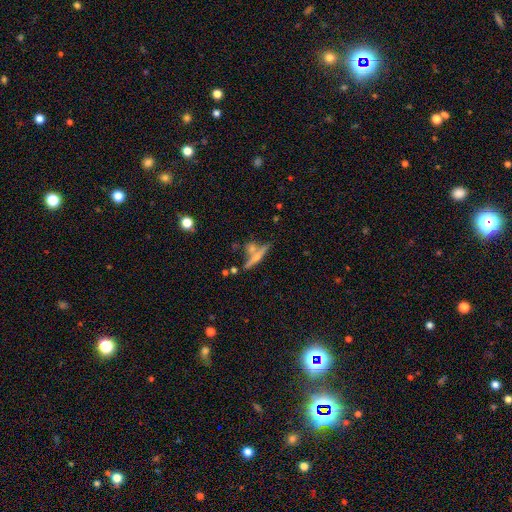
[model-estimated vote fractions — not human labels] The model was most divided on "smooth or featured": featured or disk: 62%, smooth: 29%, star or artifact: 9%. More confident: edge-on disk — yes (94%); edge-on bulge — rounded (84%); merging — none (62%).